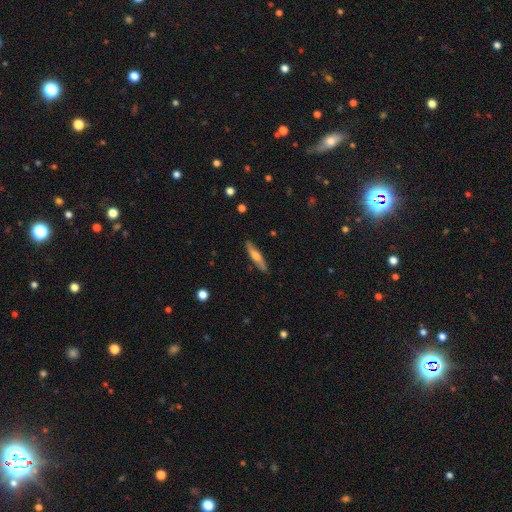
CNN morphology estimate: Smooth or featured: featured or disk — 49% (smooth — 45%)
Merging: none — 86% (minor disturbance — 11%)